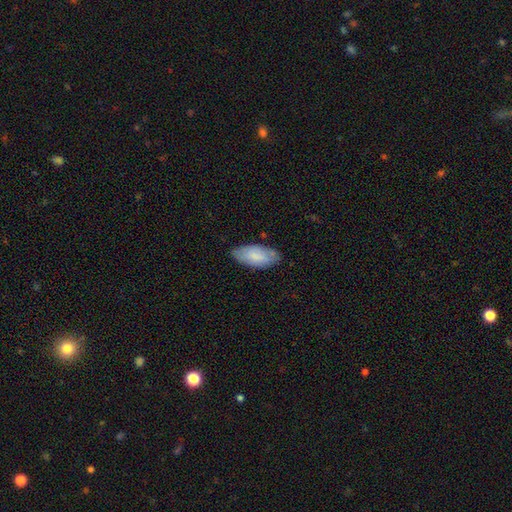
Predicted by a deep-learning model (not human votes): This is likely a smooth galaxy (76%). How rounded: clearly in between (92%). Merging: likely none (75%).